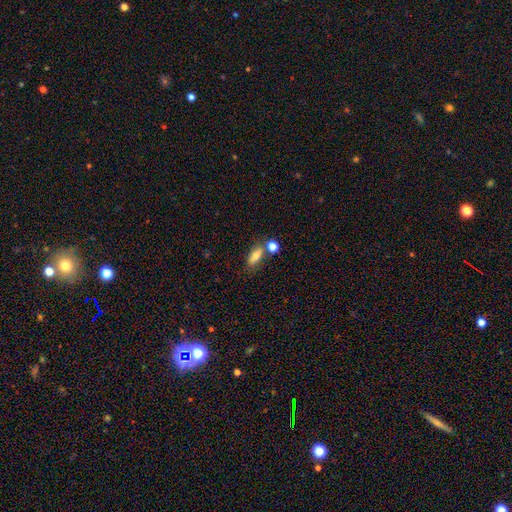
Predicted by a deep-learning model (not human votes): smooth_or_featured: smooth (p=0.74) [alt: featured or disk p=0.17]
how_rounded: in between (p=0.75) [alt: cigar-shaped p=0.18]
merging: none (p=0.61) [alt: merger p=0.20]